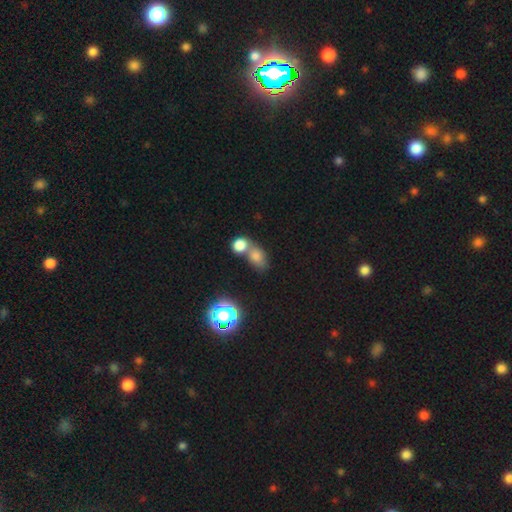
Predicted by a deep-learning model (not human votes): Smooth or featured? smooth (74%)
How rounded? in between (58%)
Merging? merger (55%)